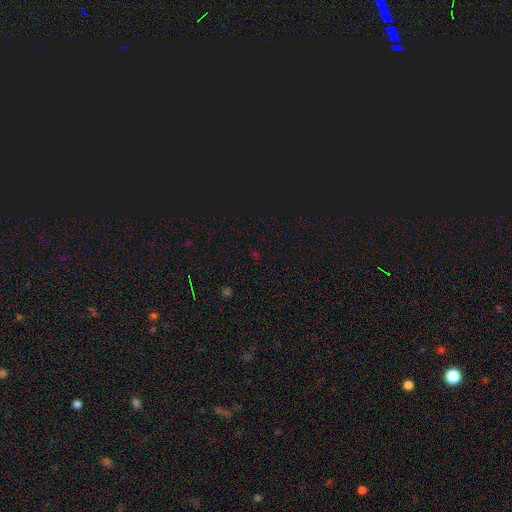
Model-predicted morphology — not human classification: This is likely a star or artifact rather than a galaxy (71%).